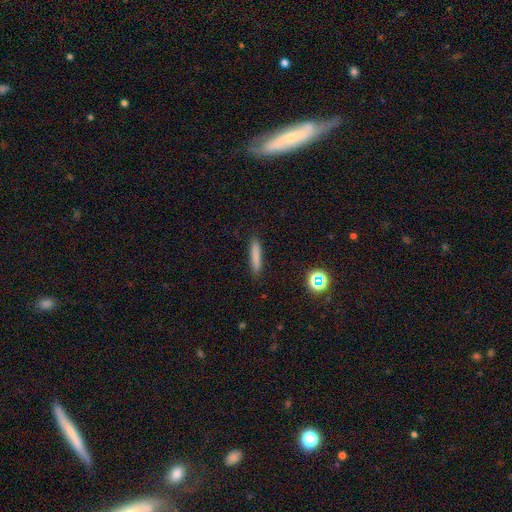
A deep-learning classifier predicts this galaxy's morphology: Q: Smooth or featured?
A: smooth (80%); runner-up: featured or disk (10%)
Q: How rounded?
A: cigar-shaped (90%); runner-up: in between (8%)
Q: Merging?
A: none (88%); runner-up: minor disturbance (8%)